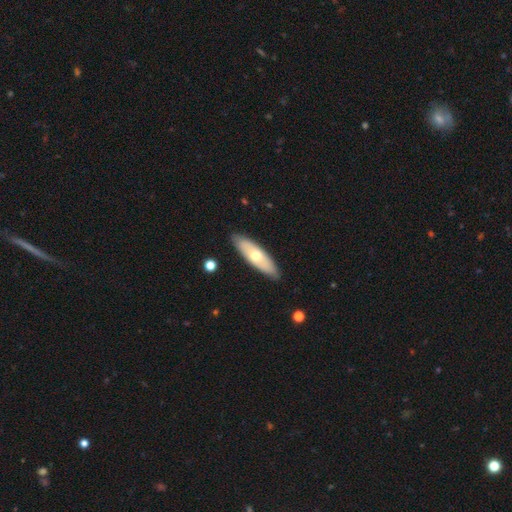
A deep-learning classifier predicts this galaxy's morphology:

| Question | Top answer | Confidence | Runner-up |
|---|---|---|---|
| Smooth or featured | smooth | 55% | featured or disk (40%) |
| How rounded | in between | 52% | cigar-shaped (46%) |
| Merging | none | 87% | minor disturbance (10%) |